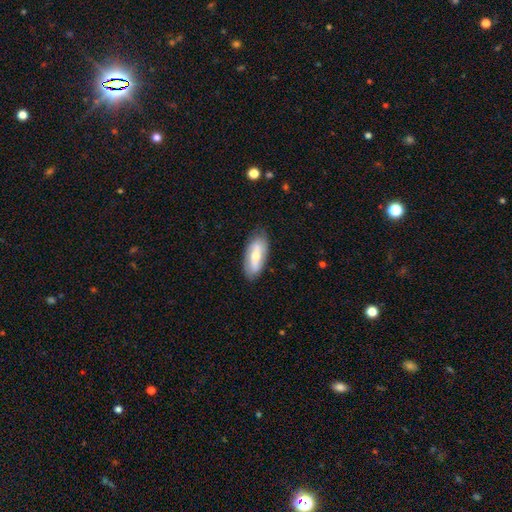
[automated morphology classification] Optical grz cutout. It shows a smooth galaxy with no disk features (53%) that is in between round and cigar-shaped (82%). Merging: none (82%).